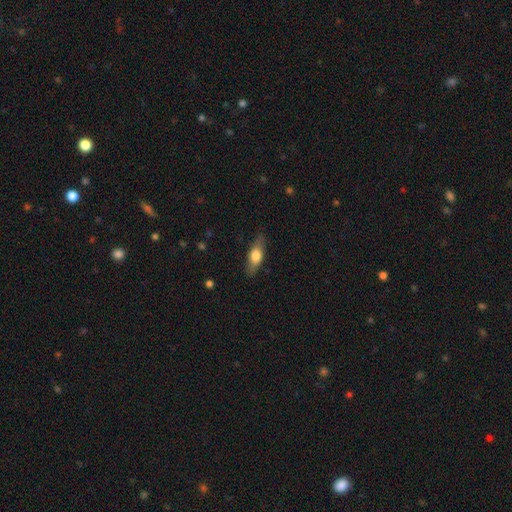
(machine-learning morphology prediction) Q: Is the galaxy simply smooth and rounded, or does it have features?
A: smooth — 60%.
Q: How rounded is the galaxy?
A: in between — 62%.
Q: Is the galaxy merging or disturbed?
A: none — 83%.